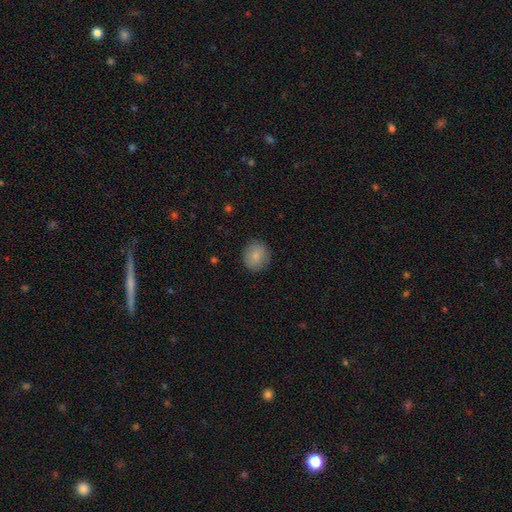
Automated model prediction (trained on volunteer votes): A smooth galaxy with no disk features (85%) that is round (84%).

Vote fractions:
- Smooth or featured? smooth: 85% / star or artifact: 8% / featured or disk: 7%
- How rounded? round: 84% / in between: 15% / cigar-shaped: 1%
- Merging? none: 88% / minor disturbance: 8% / major disturbance: 2% / merger: 1%